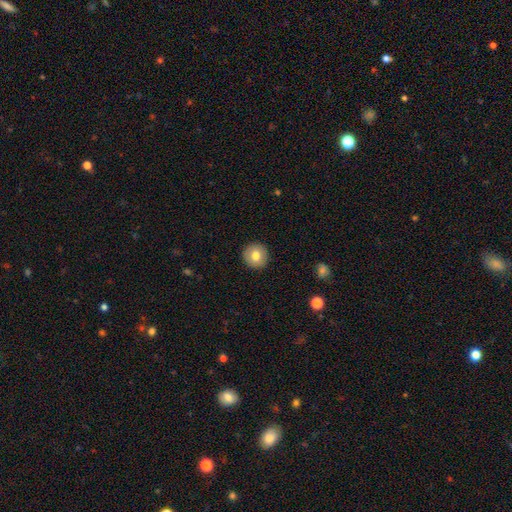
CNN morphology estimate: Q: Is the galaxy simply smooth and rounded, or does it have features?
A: smooth — 76%.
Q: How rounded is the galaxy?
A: round — 93%.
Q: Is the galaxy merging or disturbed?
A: none — 92%.